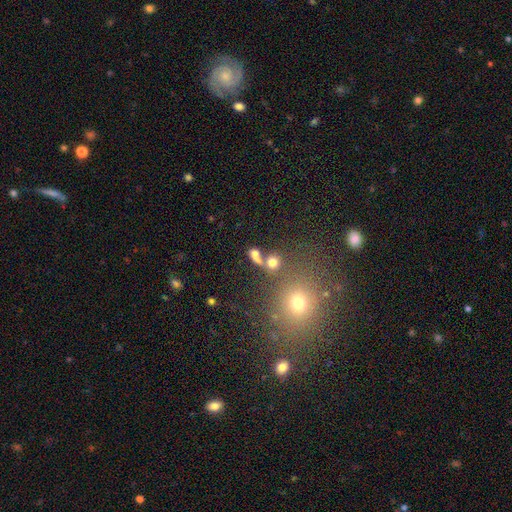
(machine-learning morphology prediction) This appears to be a smooth galaxy with no disk features (70%) that is round (47%). Merging: none (43%).